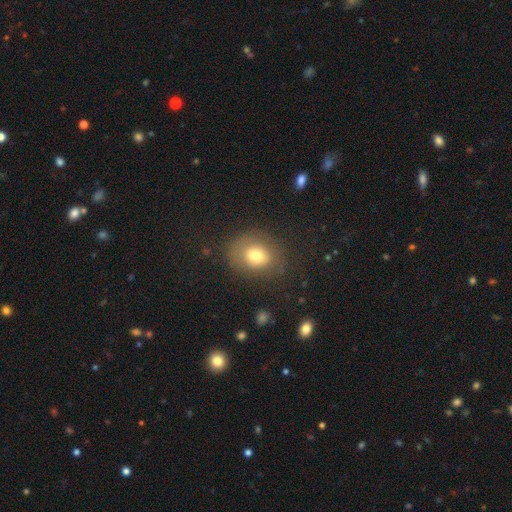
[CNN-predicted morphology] smooth_or_featured: smooth (p=0.71) [alt: featured or disk p=0.18]
how_rounded: round (p=0.51) [alt: in between p=0.48]
merging: none (p=0.71) [alt: minor disturbance p=0.18]